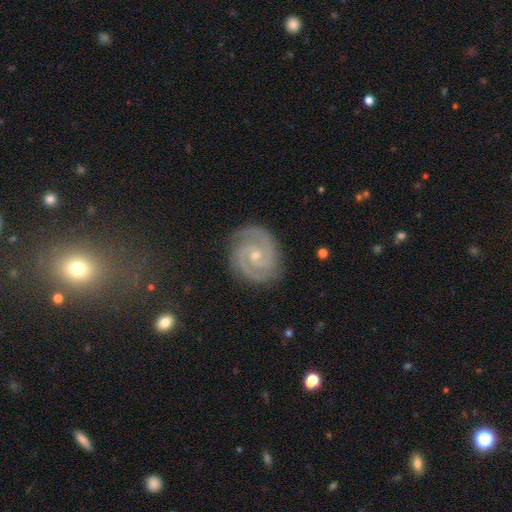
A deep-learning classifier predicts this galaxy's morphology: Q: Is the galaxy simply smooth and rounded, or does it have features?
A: featured or disk — 92%.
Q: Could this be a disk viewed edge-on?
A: no — 98%.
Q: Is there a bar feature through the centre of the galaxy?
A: no — 61%.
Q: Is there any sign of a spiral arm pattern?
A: yes — 99%.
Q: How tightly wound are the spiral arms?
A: tight — 70%.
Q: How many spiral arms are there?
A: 2 — 83%.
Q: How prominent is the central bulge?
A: small — 61%.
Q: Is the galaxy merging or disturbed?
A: none — 85%.